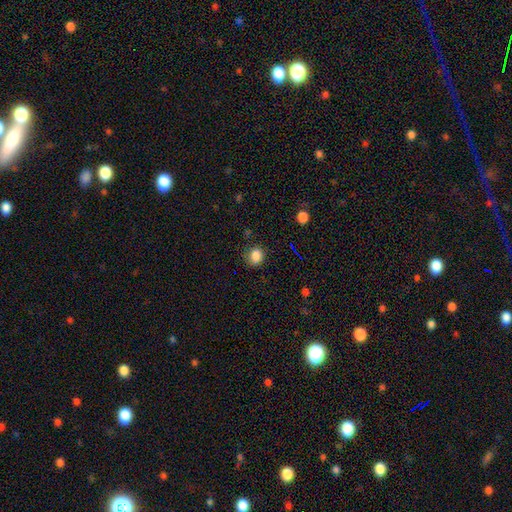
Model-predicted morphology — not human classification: A smooth galaxy with no disk features (85%) that is round (63%). Merging: none (80%).